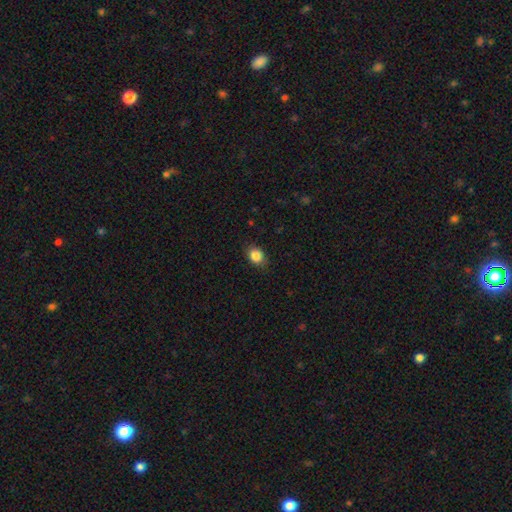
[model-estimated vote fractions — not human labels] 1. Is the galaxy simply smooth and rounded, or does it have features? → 86% smooth, 9% star or artifact, 4% featured or disk.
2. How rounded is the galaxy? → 51% round, 48% in between, 1% cigar-shaped.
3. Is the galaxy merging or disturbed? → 84% none, 12% minor disturbance, 3% major disturbance, 1% merger.